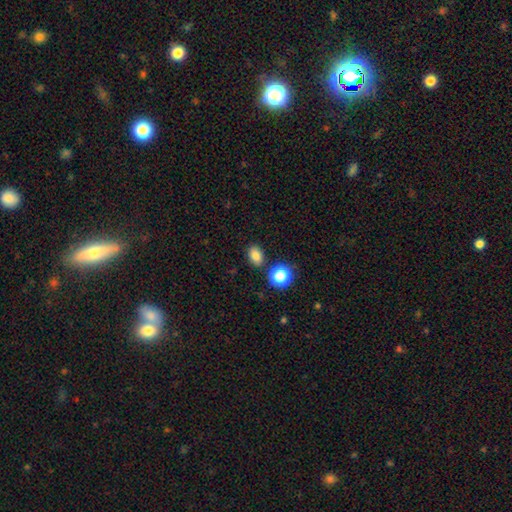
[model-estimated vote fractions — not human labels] Smooth or featured: smooth — 82% (star or artifact — 13%)
How rounded: in between — 76% (round — 22%)
Merging: none — 83% (minor disturbance — 9%)